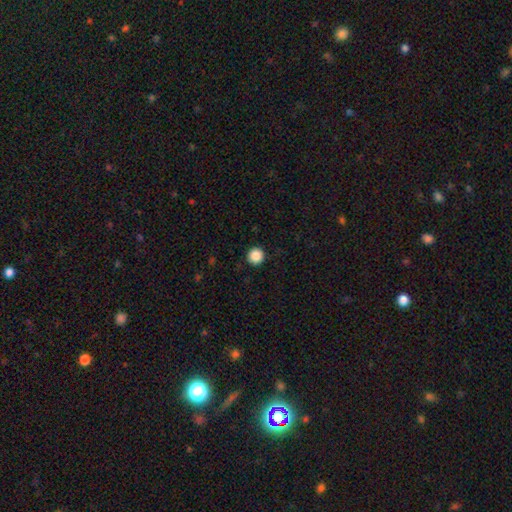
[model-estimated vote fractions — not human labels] Smooth or featured? Predicted: smooth (p=0.87). How rounded? Predicted: round (p=0.96). Merging? Predicted: none (p=0.93).